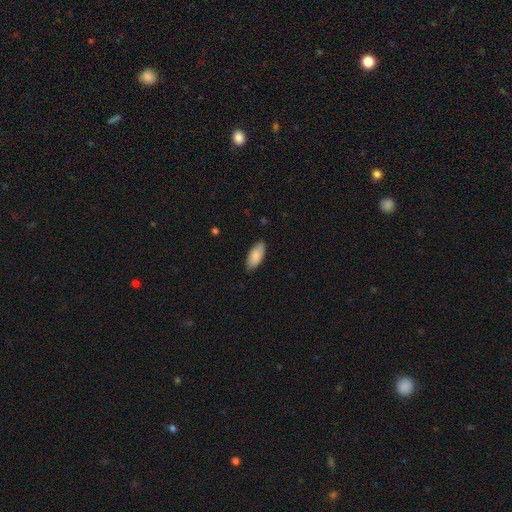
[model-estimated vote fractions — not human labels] Smooth or featured? Predicted: smooth (p=0.87). How rounded? Predicted: in between (p=0.90). Merging? Predicted: none (p=0.83).